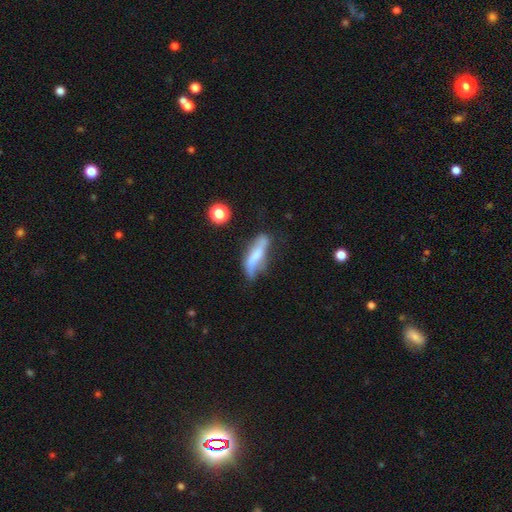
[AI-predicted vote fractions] A smooth galaxy with no disk features (48%).

Vote fractions:
- Smooth or featured? smooth: 48% / featured or disk: 44% / star or artifact: 9%
- Merging? none: 46% / minor disturbance: 33% / major disturbance: 15% / merger: 7%